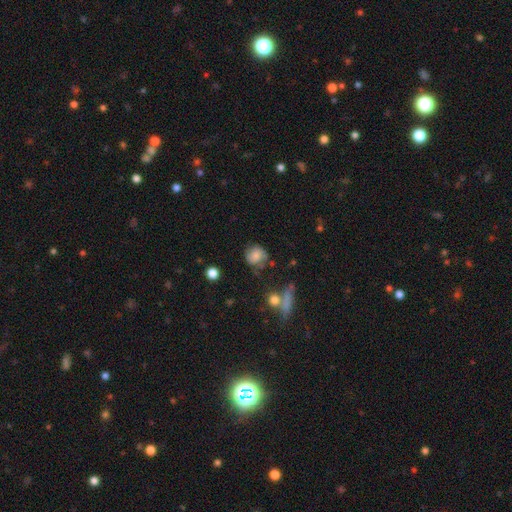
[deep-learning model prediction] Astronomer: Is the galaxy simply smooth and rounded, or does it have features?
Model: smooth — 75%.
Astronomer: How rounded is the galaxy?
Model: round — 75%.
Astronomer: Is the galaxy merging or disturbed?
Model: none — 55%.